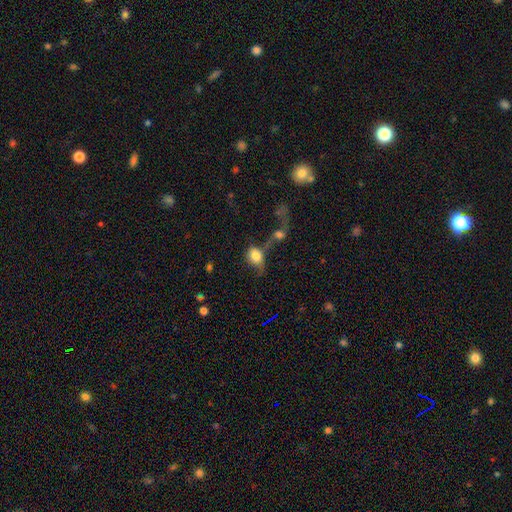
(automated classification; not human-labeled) This appears to be a smooth galaxy with no disk features (76%) that is in between round and cigar-shaped (70%). Merging: merger (45%).